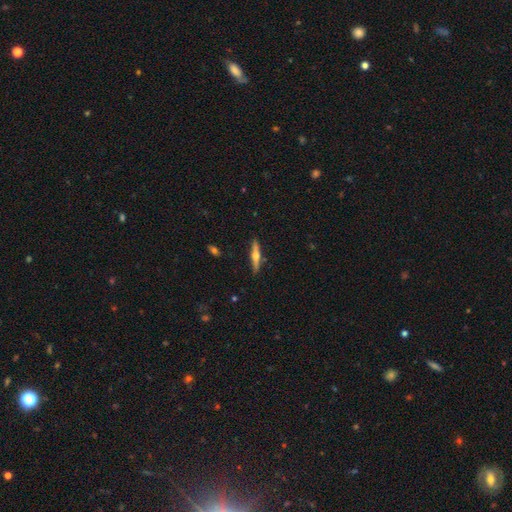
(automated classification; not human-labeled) Smooth or featured?
  - featured or disk: 66% *
  - smooth: 28%
  - star or artifact: 6%
Edge-on disk?
  - yes: 97% *
  - no: 3%
Edge-on bulge?
  - rounded: 94% *
  - none: 3%
  - boxy: 3%
Merging?
  - none: 90% *
  - minor disturbance: 7%
  - major disturbance: 2%
  - merger: 1%